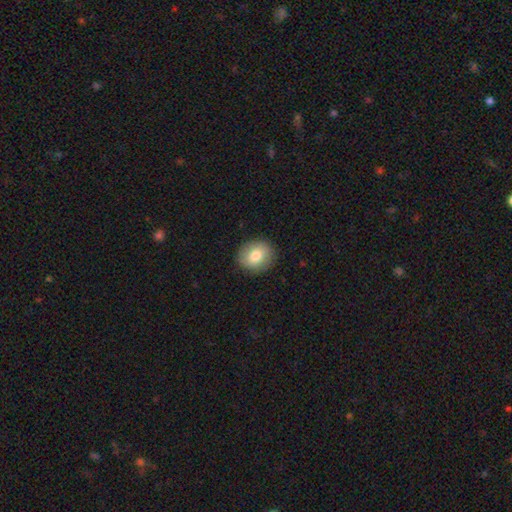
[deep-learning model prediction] The model was most divided on "how rounded": round: 72%, in between: 27%, cigar-shaped: 1%. More confident: merging — none (89%); smooth or featured — smooth (80%).